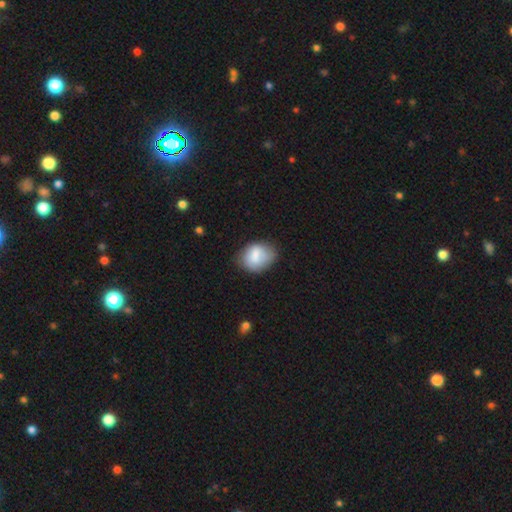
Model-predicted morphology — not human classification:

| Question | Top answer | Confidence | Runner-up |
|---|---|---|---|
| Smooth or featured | smooth | 75% | featured or disk (17%) |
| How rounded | in between | 60% | round (38%) |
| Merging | none | 61% | minor disturbance (28%) |